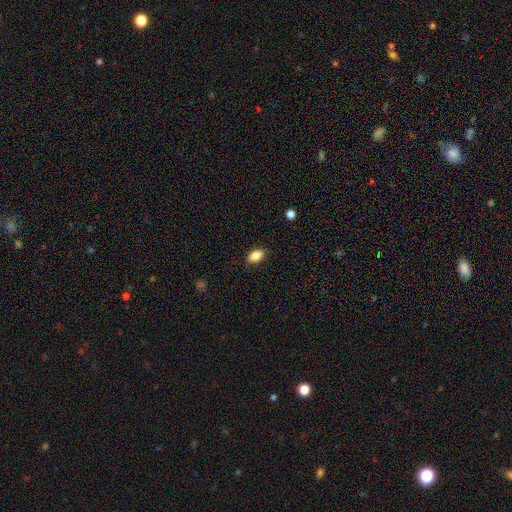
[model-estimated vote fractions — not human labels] A smooth galaxy with no disk features (86%) that is in between round and cigar-shaped (89%).

Vote fractions:
- Smooth or featured? smooth: 86% / star or artifact: 8% / featured or disk: 6%
- How rounded? in between: 89% / round: 8% / cigar-shaped: 3%
- Merging? none: 85% / minor disturbance: 12% / major disturbance: 2% / merger: 1%